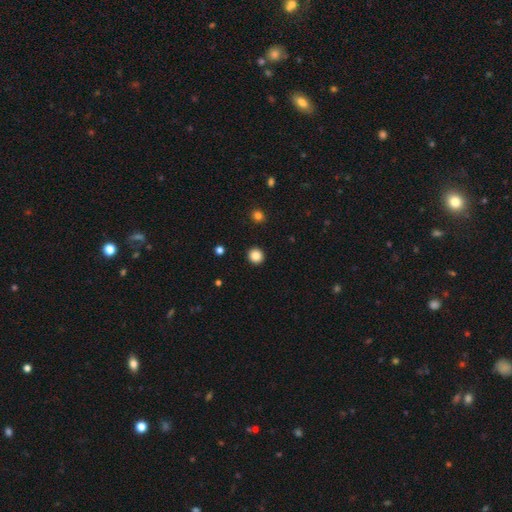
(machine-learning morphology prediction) Smooth or featured? Predicted: smooth (p=0.86). How rounded? Predicted: round (p=0.93). Merging? Predicted: none (p=0.93).